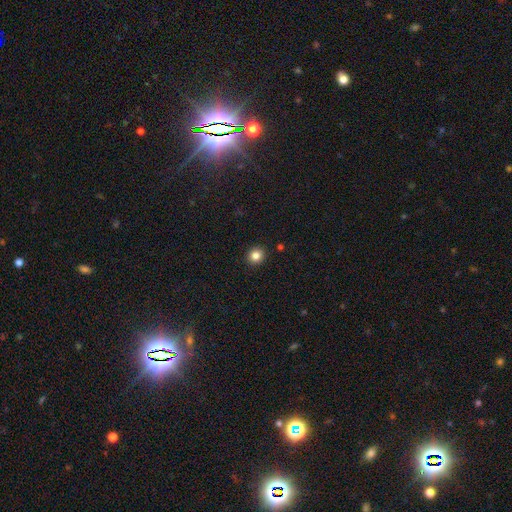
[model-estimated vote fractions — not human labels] smooth-or-featured: smooth: 84% | star or artifact: 11% | featured or disk: 5%
  how-rounded: round: 83% | in between: 16% | cigar-shaped: 1%
  merging: none: 92% | minor disturbance: 5% | major disturbance: 2% | merger: 1%